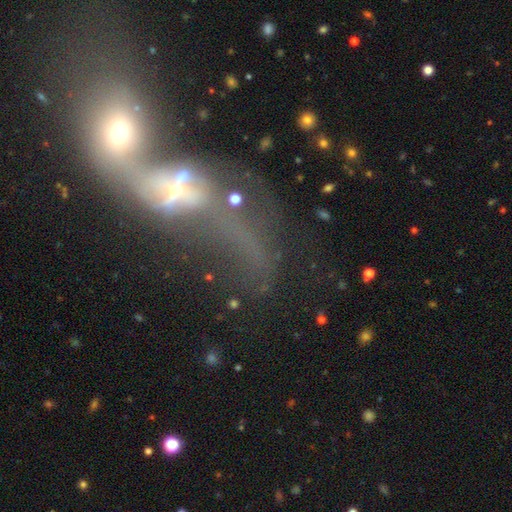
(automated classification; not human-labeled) This appears to be a featured or disk galaxy (58%) with no bar (64%), no spiral arms (52%) and a small central bulge (39%). Merging: merger (74%).